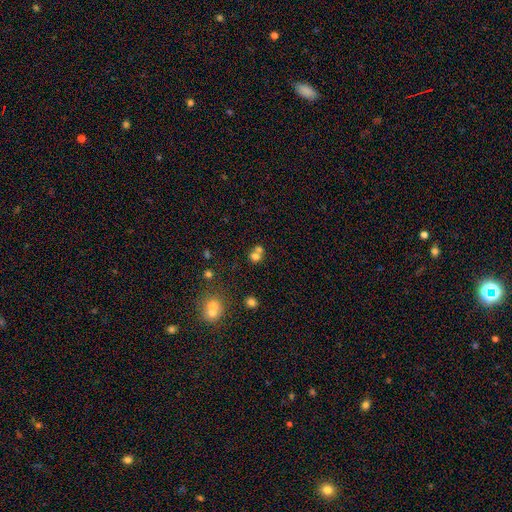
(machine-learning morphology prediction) smooth-or-featured: smooth: 71% | star or artifact: 16% | featured or disk: 14%
  how-rounded: round: 77% | in between: 22% | cigar-shaped: 1%
  merging: merger: 52% | none: 38% | minor disturbance: 7% | major disturbance: 3%